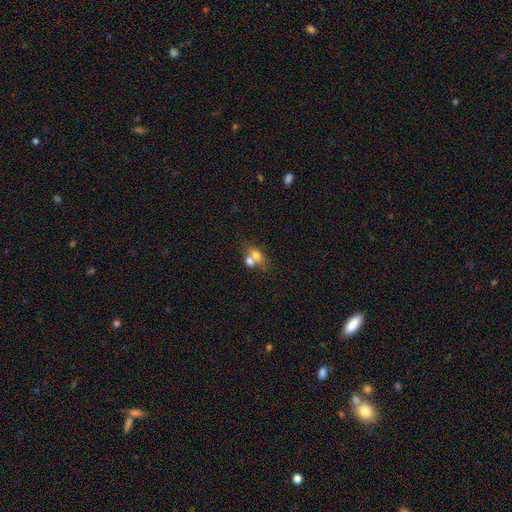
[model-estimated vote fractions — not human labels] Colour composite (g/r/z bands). It shows a smooth galaxy with no disk features (69%) that is in between round and cigar-shaped (69%). Merging: merger (60%).